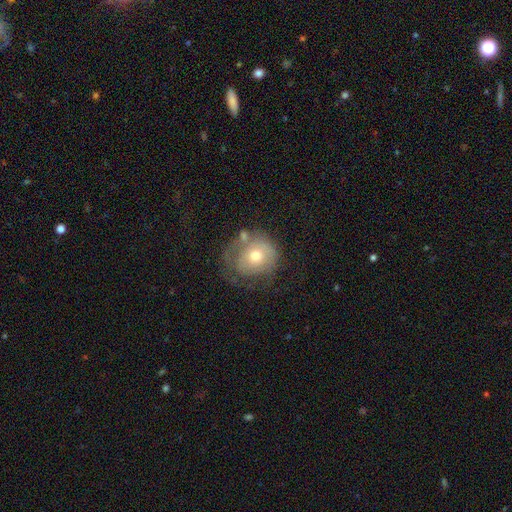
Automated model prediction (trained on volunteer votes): Smooth or featured?
  - smooth: 50% *
  - featured or disk: 41%
  - star or artifact: 9%
Merging?
  - none: 44% *
  - minor disturbance: 27%
  - major disturbance: 22%
  - merger: 8%